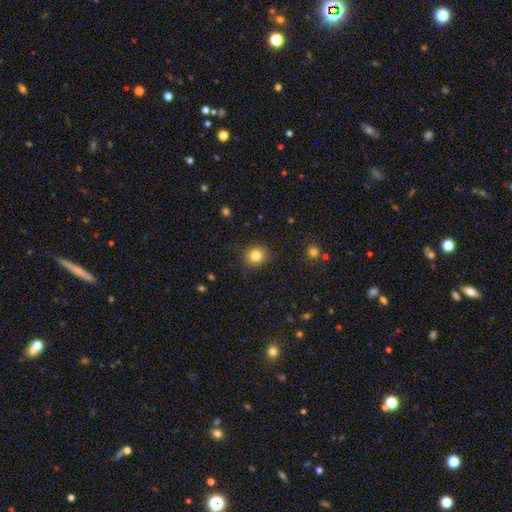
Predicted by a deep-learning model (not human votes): A smooth galaxy with no disk features (82%) that is round (83%). Merging: none (85%).